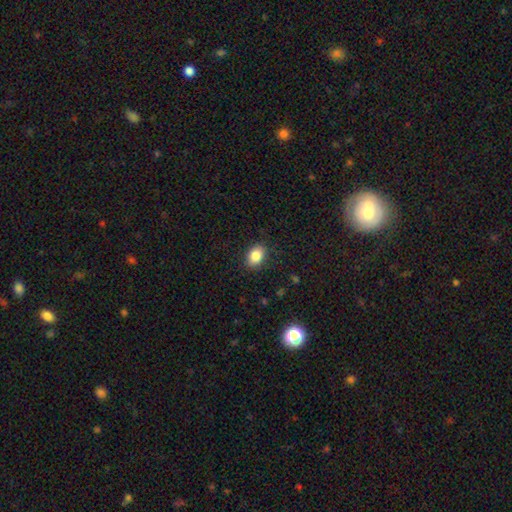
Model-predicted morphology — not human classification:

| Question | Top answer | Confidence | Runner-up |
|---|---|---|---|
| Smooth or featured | smooth | 85% | star or artifact (9%) |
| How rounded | in between | 75% | round (24%) |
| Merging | none | 87% | minor disturbance (9%) |